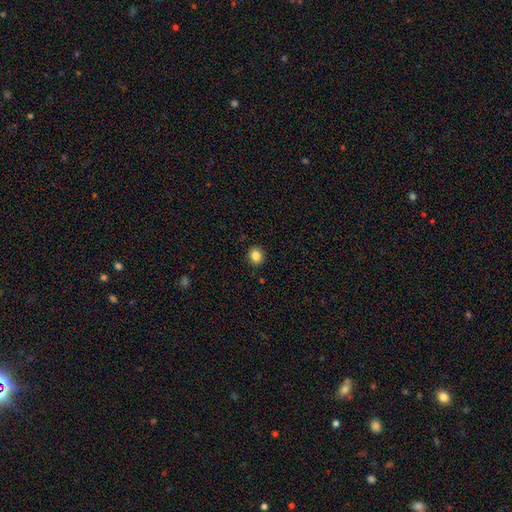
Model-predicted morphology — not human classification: smooth 85%, star or artifact 10%, featured or disk 4%. Down the decision tree: how rounded — round (70%); merging — none (91%).